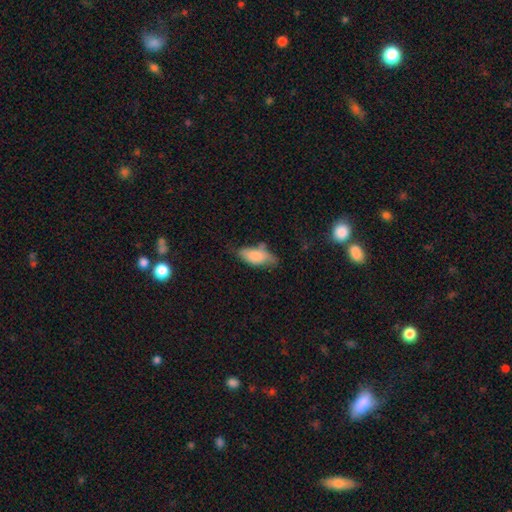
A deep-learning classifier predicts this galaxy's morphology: Smooth or featured: smooth — 78% (featured or disk — 14%)
How rounded: in between — 86% (cigar-shaped — 11%)
Merging: none — 40% (minor disturbance — 37%)